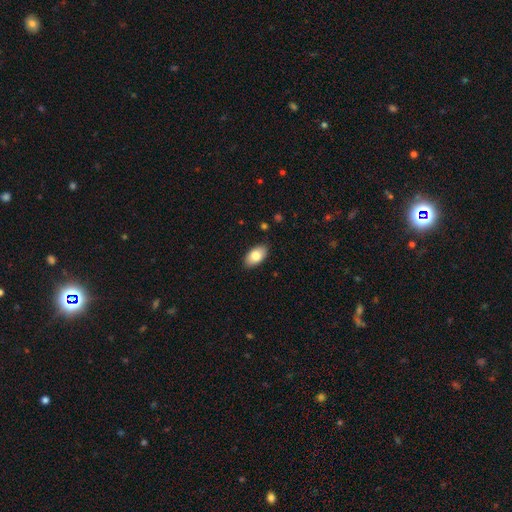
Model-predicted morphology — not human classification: The model was most divided on "smooth or featured": smooth: 81%, featured or disk: 12%, star or artifact: 7%. More confident: how rounded — in between (94%); merging — none (88%).